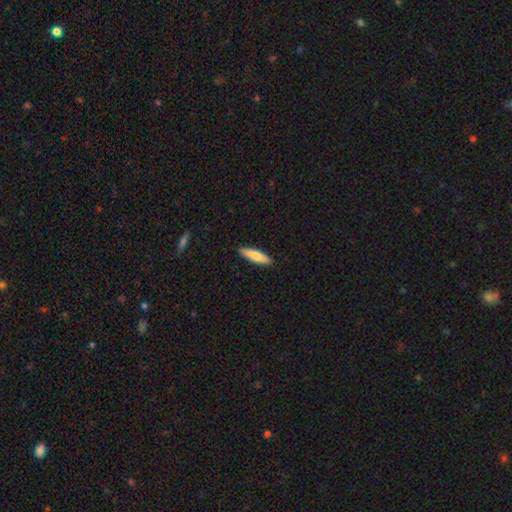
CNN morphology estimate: Smooth or featured?
  - smooth: 78% *
  - featured or disk: 17%
  - star or artifact: 5%
How rounded?
  - cigar-shaped: 66% *
  - in between: 33%
  - round: 2%
Merging?
  - none: 89% *
  - minor disturbance: 8%
  - major disturbance: 2%
  - merger: 1%